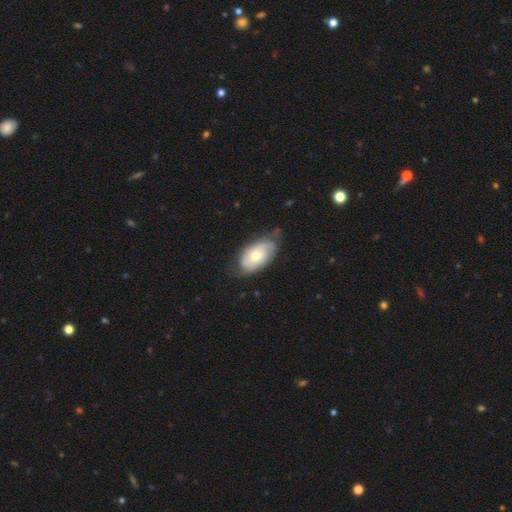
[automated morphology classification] Overall: smooth (51%; featured or disk 43%). How rounded: in between (92%). Merging: none (60%; minor disturbance 30%).